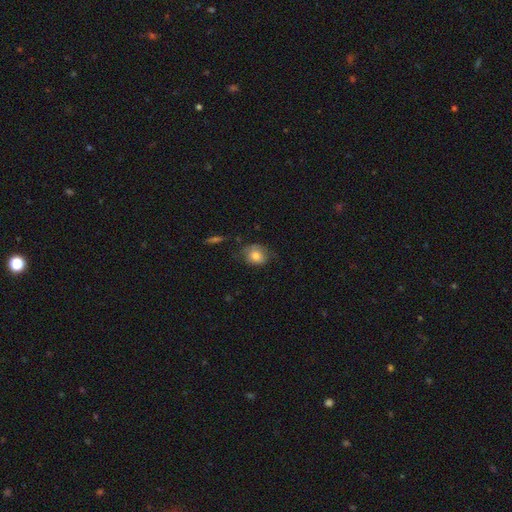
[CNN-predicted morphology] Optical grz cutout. It shows a smooth galaxy with no disk features (77%) that is round (56%). Merging: none (58%).